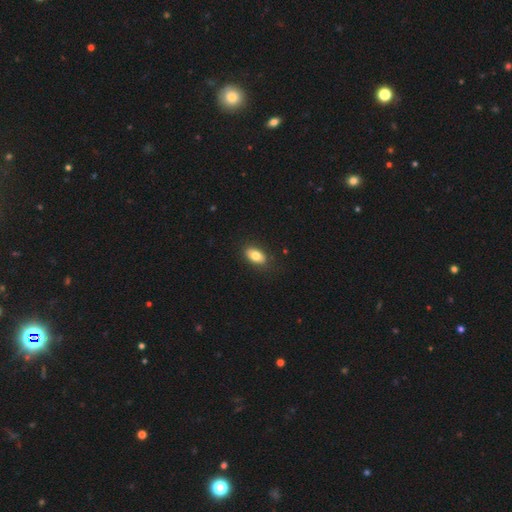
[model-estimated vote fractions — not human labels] Q: Smooth or featured?
A: smooth (79%); runner-up: featured or disk (13%)
Q: How rounded?
A: in between (90%); runner-up: round (6%)
Q: Merging?
A: none (85%); runner-up: minor disturbance (12%)